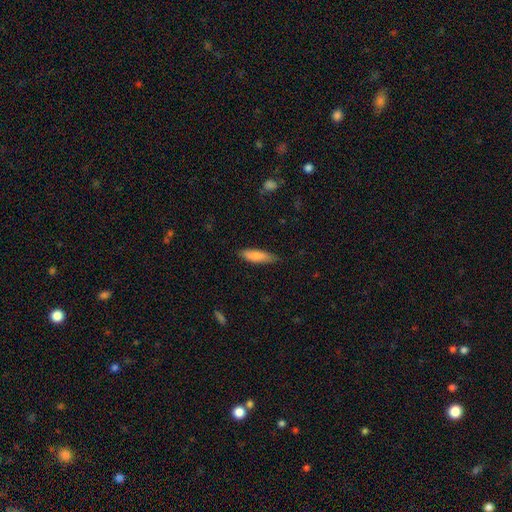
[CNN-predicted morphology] Smooth or featured? Predicted: smooth (p=0.82). How rounded? Predicted: cigar-shaped (p=0.62). Merging? Predicted: none (p=0.78).